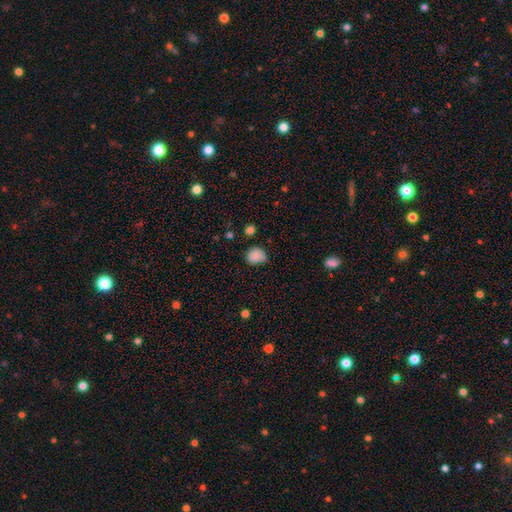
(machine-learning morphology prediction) Smooth or featured? smooth (82%)
How rounded? round (64%)
Merging? none (56%)